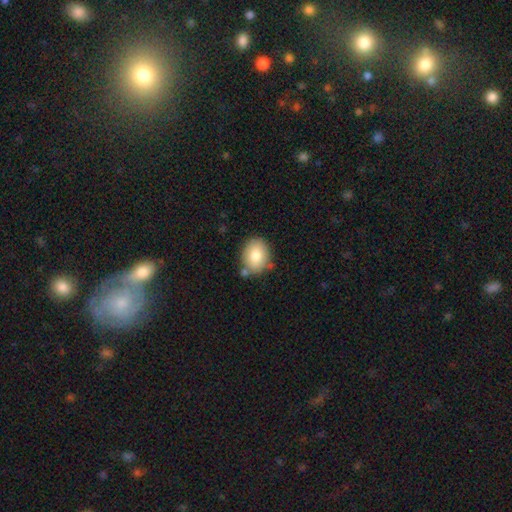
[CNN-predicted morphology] The model was most divided on "how rounded": in between: 58%, round: 41%, cigar-shaped: 1%. More confident: smooth or featured — smooth (82%); merging — none (73%).